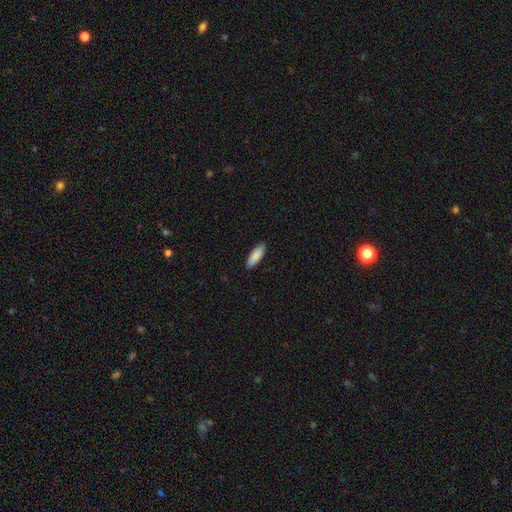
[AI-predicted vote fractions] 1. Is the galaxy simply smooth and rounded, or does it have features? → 89% smooth, 5% star or artifact, 5% featured or disk.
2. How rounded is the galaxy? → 60% in between, 38% cigar-shaped, 2% round.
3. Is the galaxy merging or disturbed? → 89% none, 8% minor disturbance, 2% major disturbance, 1% merger.